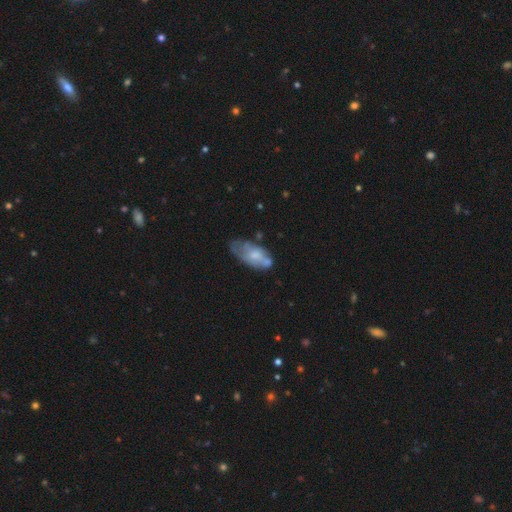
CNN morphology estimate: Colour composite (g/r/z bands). It shows a smooth galaxy with no disk features (48%). Merging: none (39%).